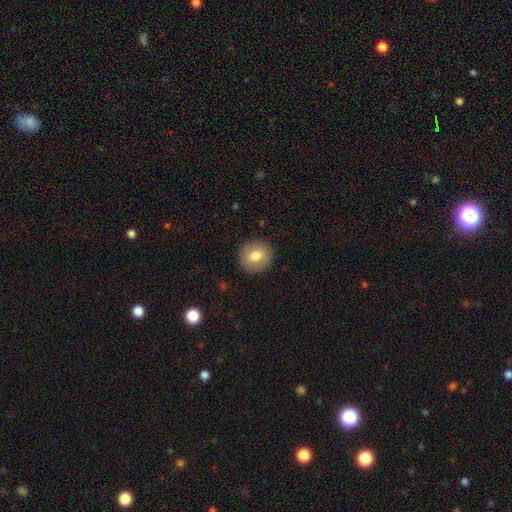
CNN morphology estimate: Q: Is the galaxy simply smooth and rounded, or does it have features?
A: smooth — 76%.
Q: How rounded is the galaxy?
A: round — 85%.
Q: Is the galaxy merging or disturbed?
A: none — 90%.